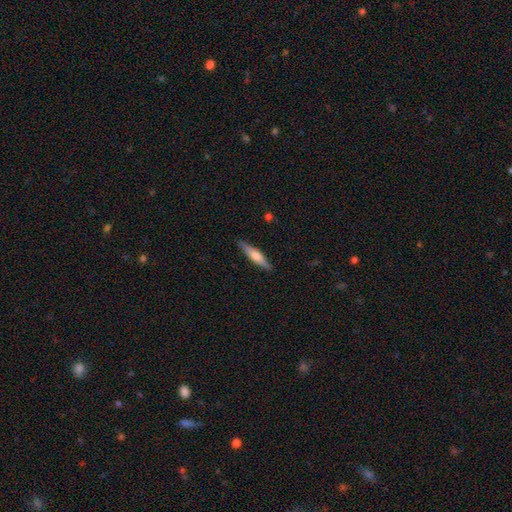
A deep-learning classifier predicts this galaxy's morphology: A smooth galaxy with no disk features (48%). Merging: none (88%).